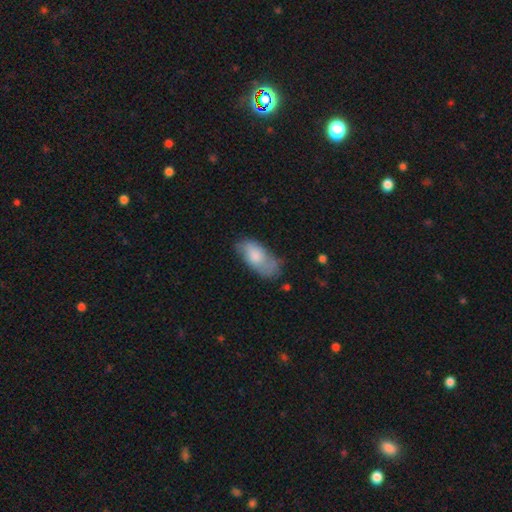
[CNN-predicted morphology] smooth_or_featured: smooth (p=0.65) [alt: featured or disk p=0.29]
how_rounded: in between (p=0.91) [alt: cigar-shaped p=0.06]
merging: none (p=0.52) [alt: minor disturbance p=0.32]